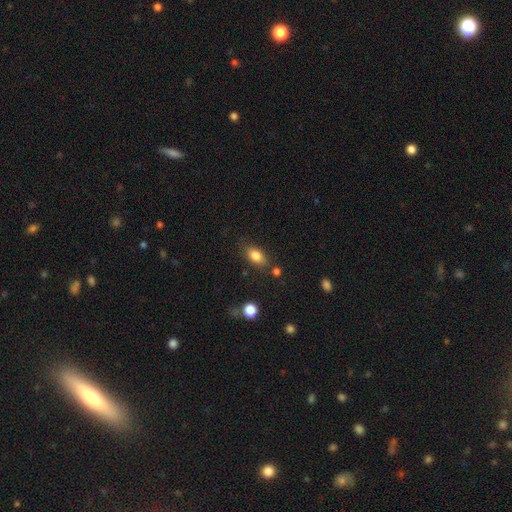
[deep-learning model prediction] Smooth or featured? smooth (83%)
How rounded? in between (86%)
Merging? none (77%)